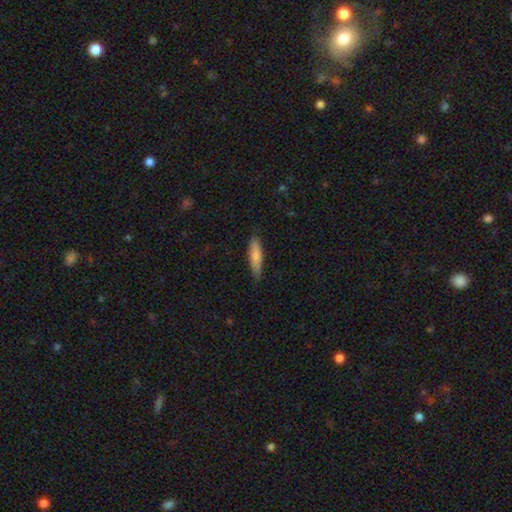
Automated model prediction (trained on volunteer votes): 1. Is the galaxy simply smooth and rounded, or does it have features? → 78% smooth, 17% featured or disk, 6% star or artifact.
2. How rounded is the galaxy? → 75% cigar-shaped, 23% in between, 2% round.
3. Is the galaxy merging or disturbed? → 81% none, 16% minor disturbance, 2% major disturbance, 1% merger.